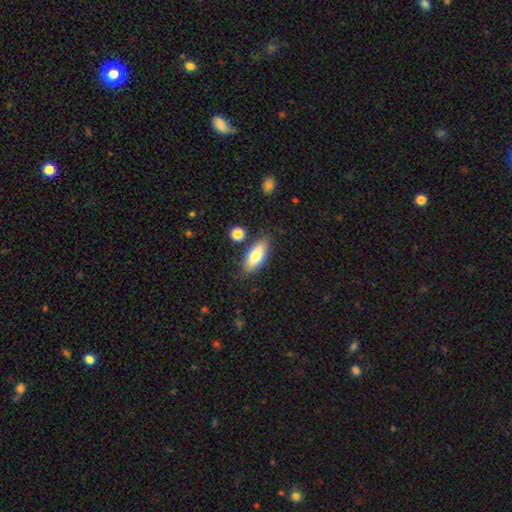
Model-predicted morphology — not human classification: type=smooth (75%); roundness=in between (81%); merging=none (81%).